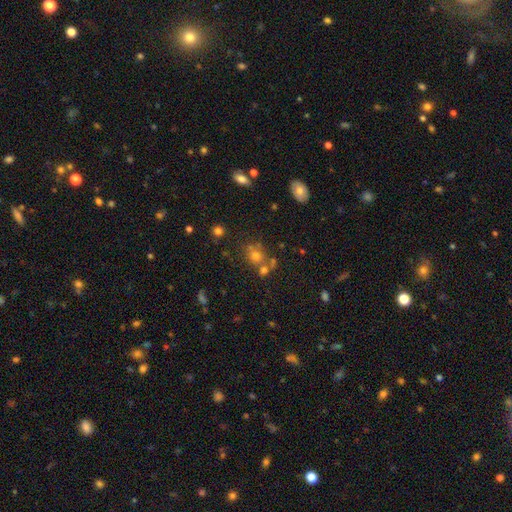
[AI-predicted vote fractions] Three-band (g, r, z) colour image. It shows a smooth galaxy with no disk features (59%) that is round (76%). Merging: none (58%).